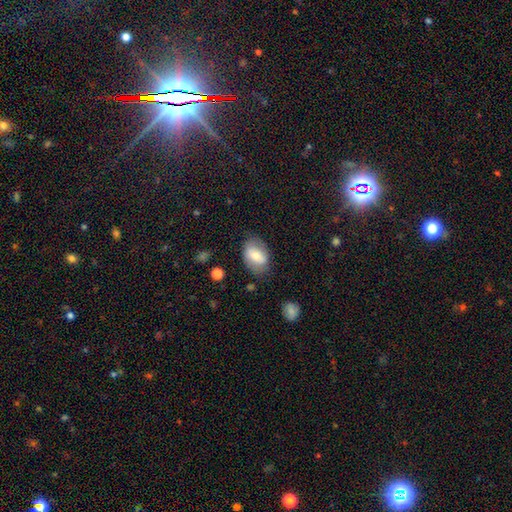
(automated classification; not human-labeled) Q: Smooth or featured?
A: smooth (63%); runner-up: featured or disk (30%)
Q: How rounded?
A: in between (83%); runner-up: round (15%)
Q: Merging?
A: none (71%); runner-up: minor disturbance (20%)